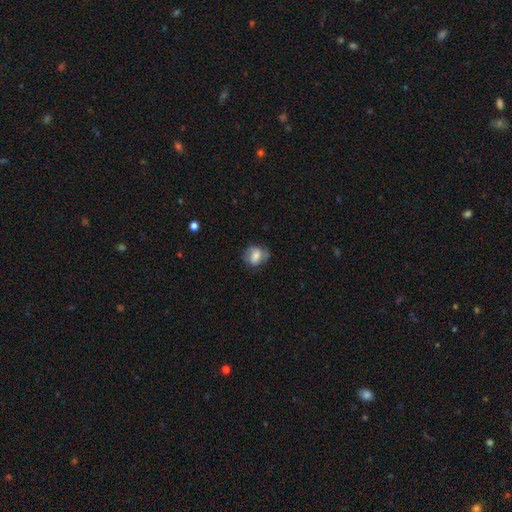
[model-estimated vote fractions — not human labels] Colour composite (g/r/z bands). It shows a smooth galaxy with no disk features (61%) that is round (50%). Merging: none (60%).